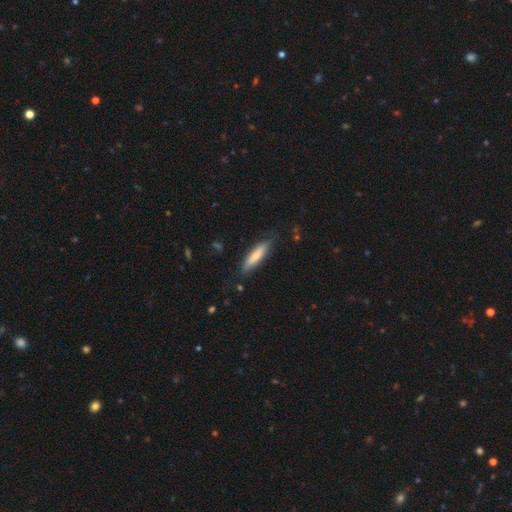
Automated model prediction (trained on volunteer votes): smooth 71%, featured or disk 24%, star or artifact 6%. Down the decision tree: how rounded — cigar-shaped (76%); merging — none (80%).